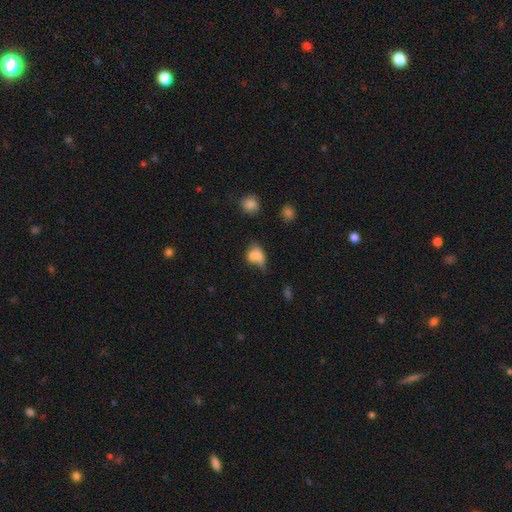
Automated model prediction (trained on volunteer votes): A smooth galaxy with no disk features (71%) that is in between round and cigar-shaped (67%).

Vote fractions:
- Smooth or featured? smooth: 71% / featured or disk: 18% / star or artifact: 11%
- How rounded? in between: 67% / round: 31% / cigar-shaped: 3%
- Merging? merger: 39% / none: 26% / minor disturbance: 20% / major disturbance: 15%